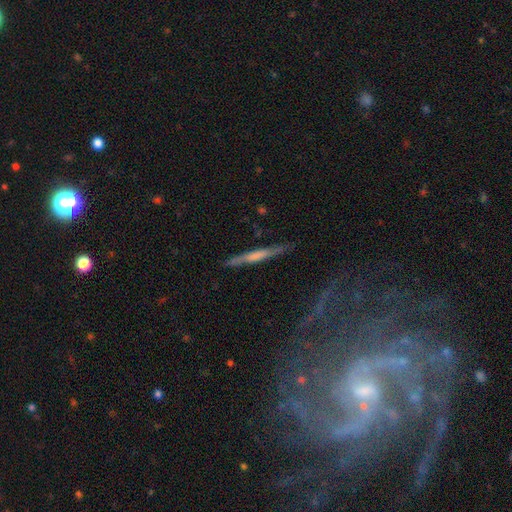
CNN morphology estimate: smooth_or_featured: featured or disk (p=0.55) [alt: smooth p=0.38]
disk_edge_on: yes (p=0.93) [alt: no p=0.07]
edge_on_bulge: none (p=0.61) [alt: rounded p=0.27]
merging: none (p=0.81) [alt: minor disturbance p=0.12]